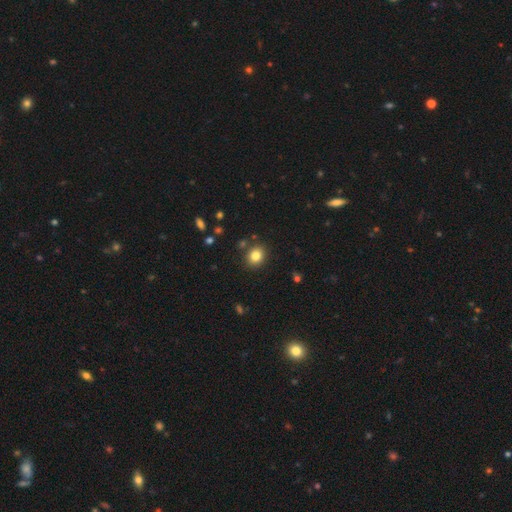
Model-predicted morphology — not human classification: Overall: smooth (82%). How rounded: round (70%). Merging: none (87%).